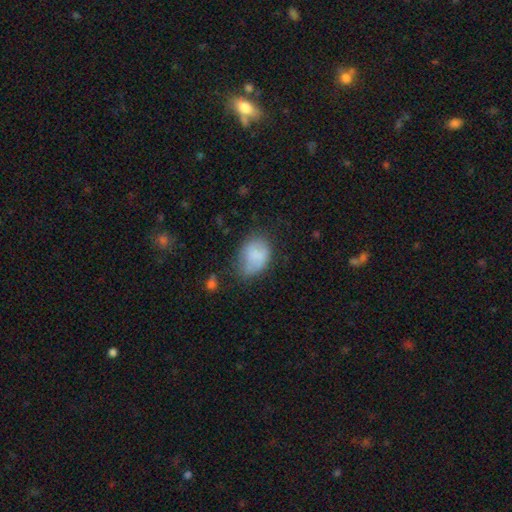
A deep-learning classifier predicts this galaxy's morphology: Smooth or featured? smooth (71%)
How rounded? in between (72%)
Merging? none (47%)